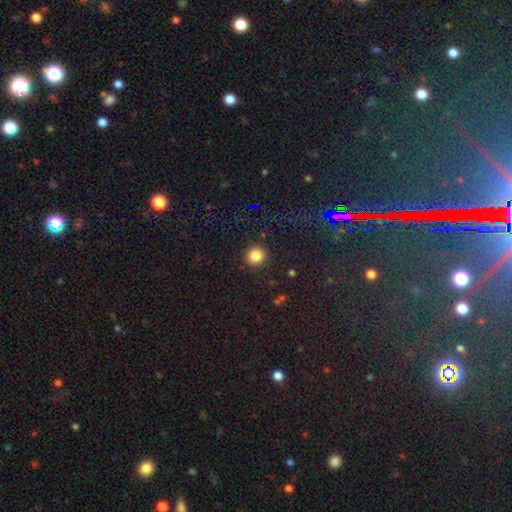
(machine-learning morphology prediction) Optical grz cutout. It shows a smooth galaxy with no disk features (83%) that is round (91%). Merging: none (91%).